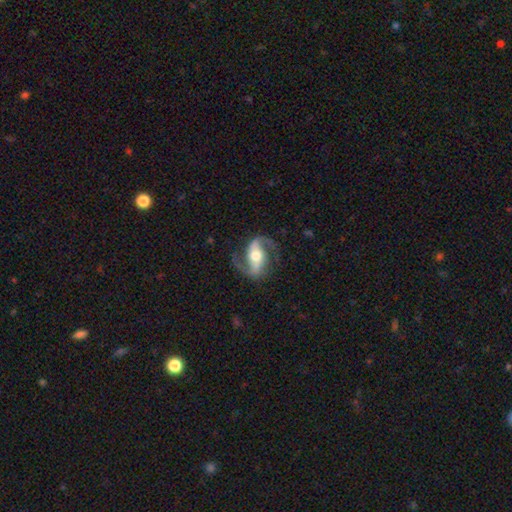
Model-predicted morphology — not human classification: Smooth or featured? Predicted: featured or disk (p=0.87). Edge-on disk? Predicted: no (p=0.96). Bar? Predicted: strong (p=0.38). Spiral arms? Predicted: yes (p=0.96). Spiral winding? Predicted: medium (p=0.49). Spiral arm count? Predicted: 2 (p=0.93). Bulge size? Predicted: moderate (p=0.68). Merging? Predicted: none (p=0.76).